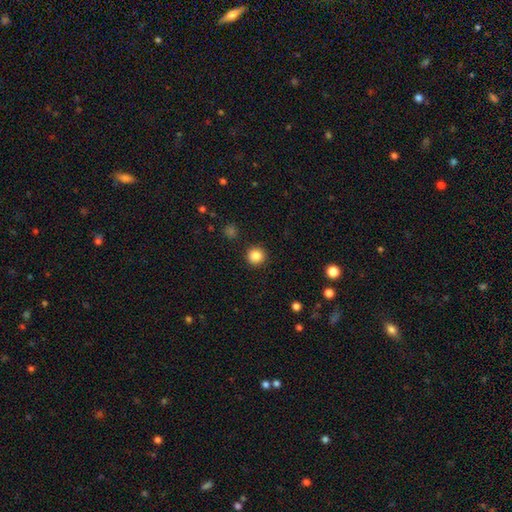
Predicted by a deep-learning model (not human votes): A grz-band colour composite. It shows a smooth galaxy with no disk features (85%) that is round (95%). Merging: none (92%).